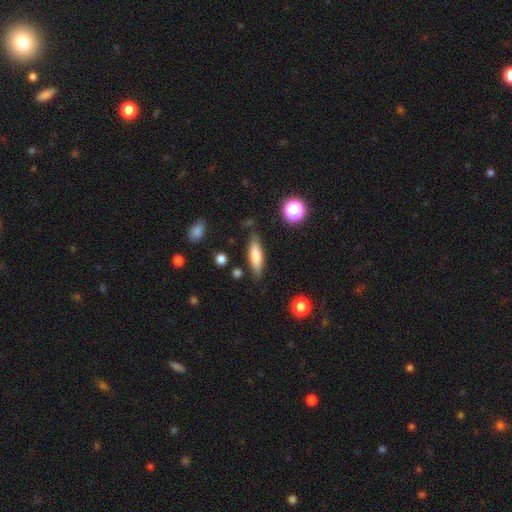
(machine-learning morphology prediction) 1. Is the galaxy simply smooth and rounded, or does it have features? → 73% smooth, 20% featured or disk, 7% star or artifact.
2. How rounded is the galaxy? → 65% cigar-shaped, 33% in between, 2% round.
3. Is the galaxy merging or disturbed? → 80% none, 14% minor disturbance, 3% major disturbance, 3% merger.